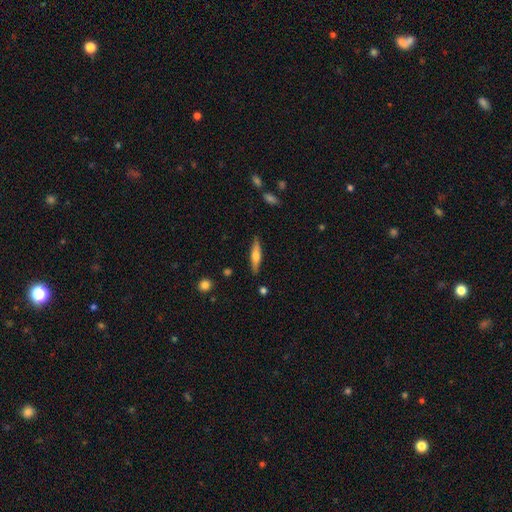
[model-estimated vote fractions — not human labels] Smooth or featured? smooth (54%)
How rounded? cigar-shaped (78%)
Merging? none (87%)